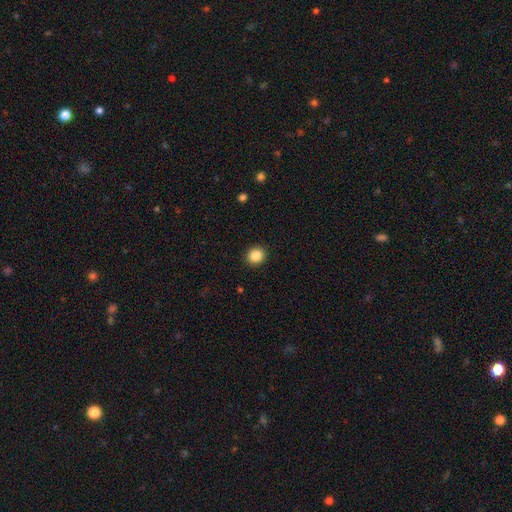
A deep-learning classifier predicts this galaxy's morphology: smooth 87%, star or artifact 9%, featured or disk 4%. Down the decision tree: how rounded — round (84%); merging — none (92%).